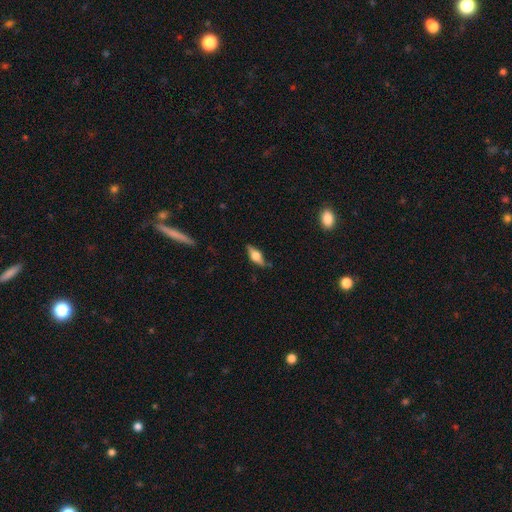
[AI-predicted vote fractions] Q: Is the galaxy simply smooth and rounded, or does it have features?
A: featured or disk — 53%.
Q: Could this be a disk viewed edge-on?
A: yes — 90%.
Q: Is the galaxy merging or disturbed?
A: none — 77%.